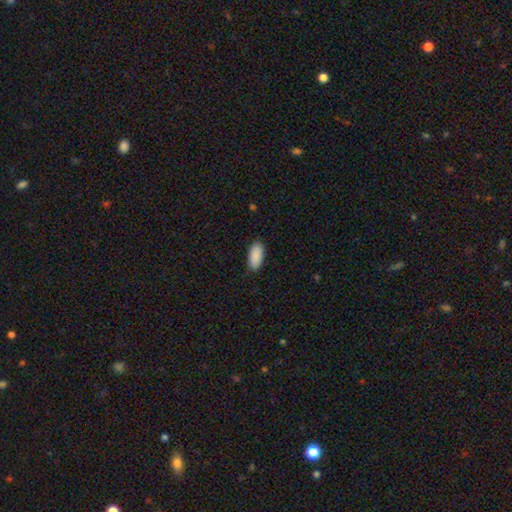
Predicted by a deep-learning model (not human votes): Smooth or featured?
  - smooth: 90% *
  - star or artifact: 6%
  - featured or disk: 4%
How rounded?
  - in between: 92% *
  - cigar-shaped: 6%
  - round: 2%
Merging?
  - none: 85% *
  - minor disturbance: 12%
  - major disturbance: 2%
  - merger: 1%